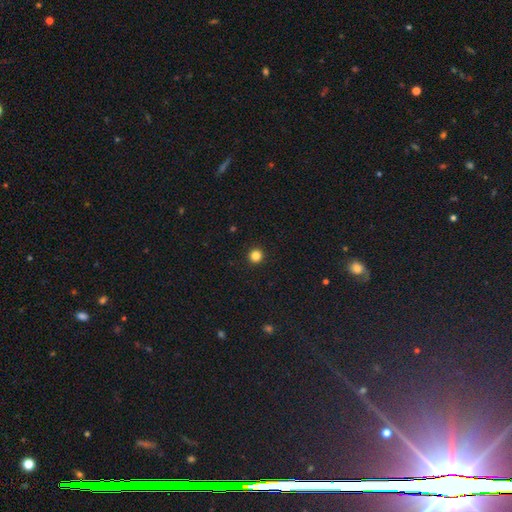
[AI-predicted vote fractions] Smooth or featured?
  - smooth: 84% *
  - star or artifact: 12%
  - featured or disk: 3%
How rounded?
  - round: 95% *
  - in between: 4%
  - cigar-shaped: 1%
Merging?
  - none: 94% *
  - minor disturbance: 4%
  - major disturbance: 2%
  - merger: 1%